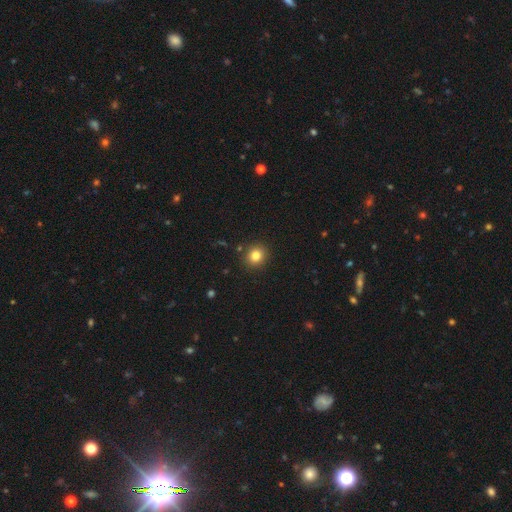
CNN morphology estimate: Smooth or featured? Predicted: smooth (p=0.82). How rounded? Predicted: round (p=0.87). Merging? Predicted: none (p=0.90).